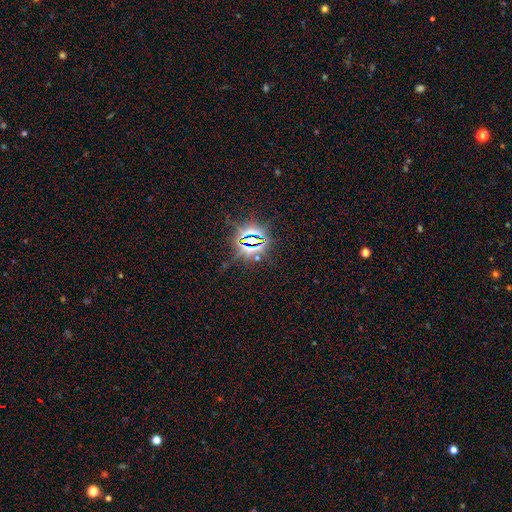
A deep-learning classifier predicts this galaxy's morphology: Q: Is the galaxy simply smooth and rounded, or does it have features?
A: star or artifact — 83%.